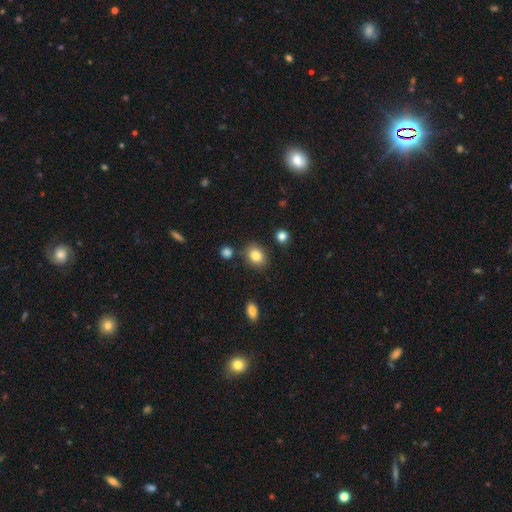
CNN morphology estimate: type=smooth (84%); roundness=in between (59%); merging=none (82%).